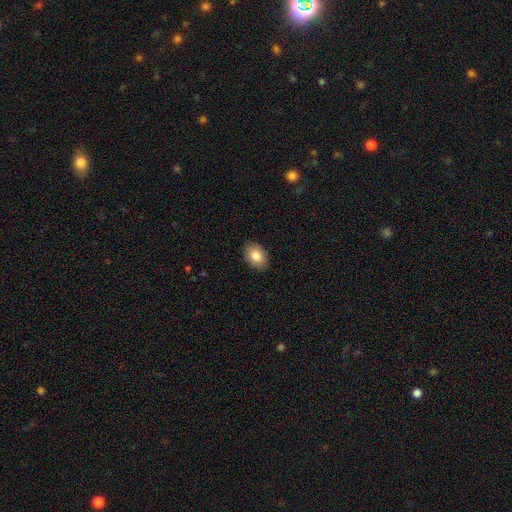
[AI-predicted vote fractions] Smooth or featured? smooth (84%)
How rounded? in between (72%)
Merging? none (90%)